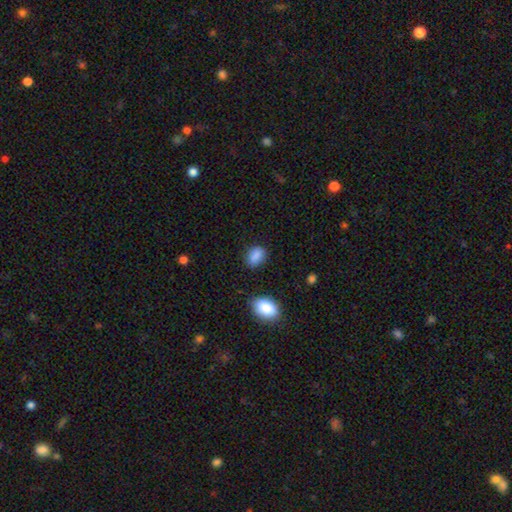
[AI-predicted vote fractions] This appears to be a smooth galaxy with no disk features (87%) that is in between round and cigar-shaped (76%). Merging: none (76%).